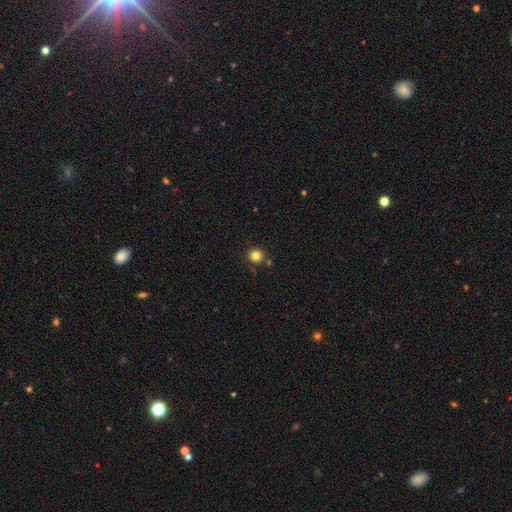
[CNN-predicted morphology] type=smooth (83%); roundness=round (94%); merging=none (87%).